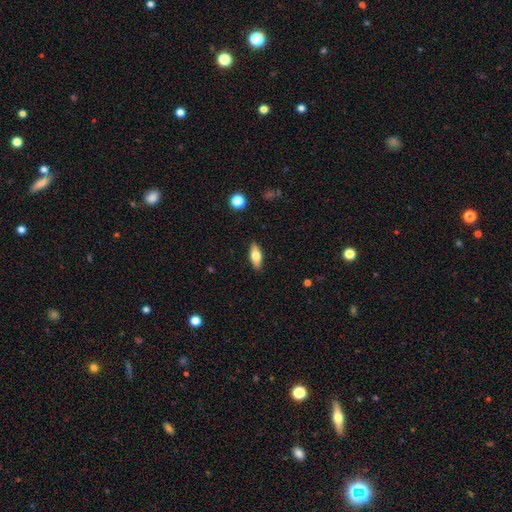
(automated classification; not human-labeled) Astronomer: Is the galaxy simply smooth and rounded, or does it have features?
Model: smooth — 64%.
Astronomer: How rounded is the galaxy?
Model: in between — 76%.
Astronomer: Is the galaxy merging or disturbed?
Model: none — 88%.